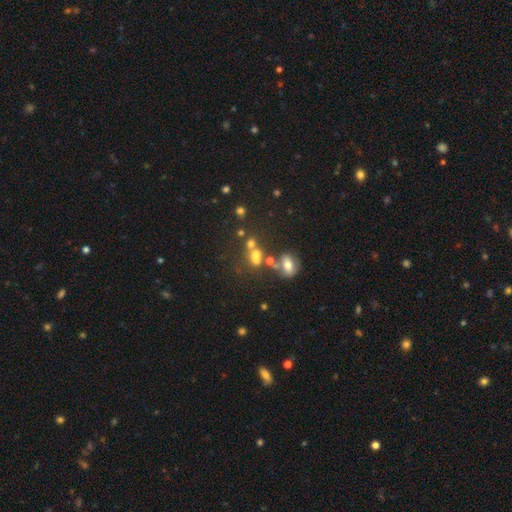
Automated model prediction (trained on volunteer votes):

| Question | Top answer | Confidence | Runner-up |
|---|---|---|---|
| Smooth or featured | smooth | 60% | star or artifact (23%) |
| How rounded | in between | 56% | round (39%) |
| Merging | merger | 39% | none (38%) |